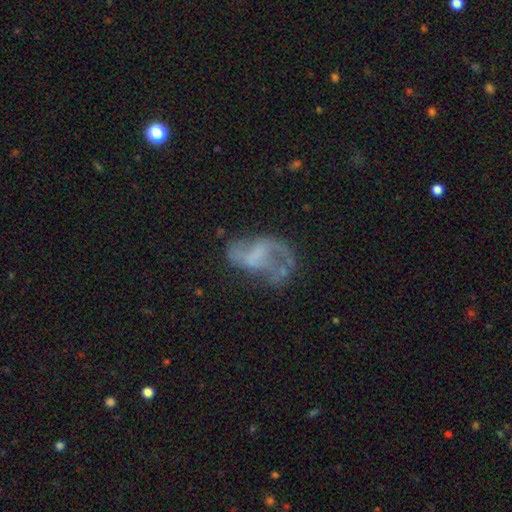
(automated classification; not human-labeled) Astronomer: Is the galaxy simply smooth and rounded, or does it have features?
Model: featured or disk — 69%.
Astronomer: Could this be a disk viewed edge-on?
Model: no — 97%.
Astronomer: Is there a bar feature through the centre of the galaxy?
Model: no — 45% (runner-up: weak, 38%).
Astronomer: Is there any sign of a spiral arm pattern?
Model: yes — 63%.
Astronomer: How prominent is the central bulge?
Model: none — 64%.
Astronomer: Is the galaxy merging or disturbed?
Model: major disturbance — 37% (runner-up: none, 35%).